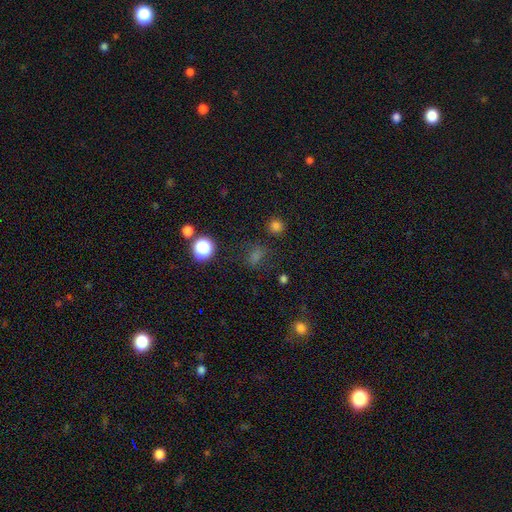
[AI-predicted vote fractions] Q: Smooth or featured?
A: smooth (52%); runner-up: star or artifact (38%)
Q: How rounded?
A: round (63%); runner-up: in between (34%)
Q: Merging?
A: none (73%); runner-up: minor disturbance (15%)